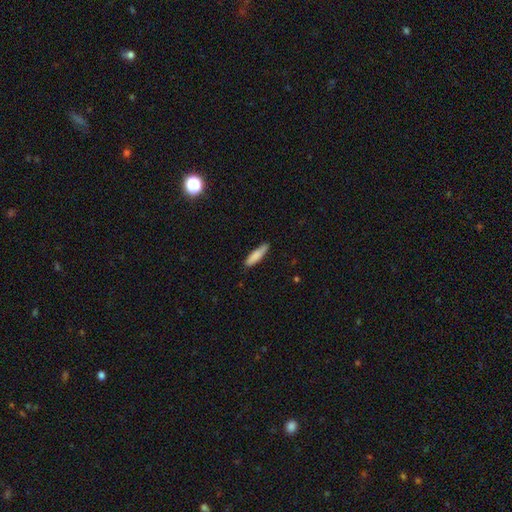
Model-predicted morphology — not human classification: This is clearly a smooth galaxy (83%). How rounded: likely cigar-shaped (76%). Merging: clearly none (83%).